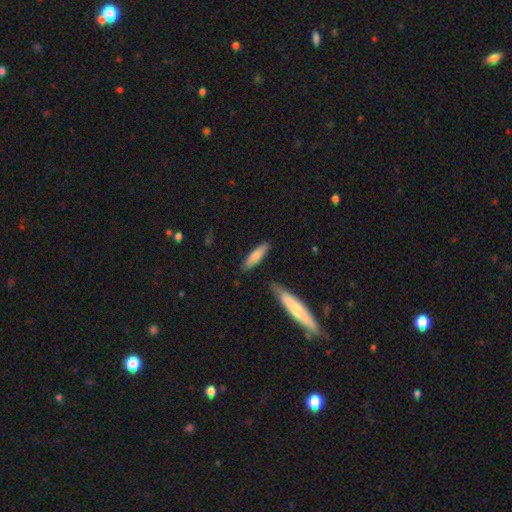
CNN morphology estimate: A smooth galaxy with no disk features (80%) that is cigar-shaped (66%).

Vote fractions:
- Smooth or featured? smooth: 80% / featured or disk: 15% / star or artifact: 6%
- How rounded? cigar-shaped: 66% / in between: 33% / round: 1%
- Merging? none: 80% / minor disturbance: 13% / merger: 5% / major disturbance: 3%